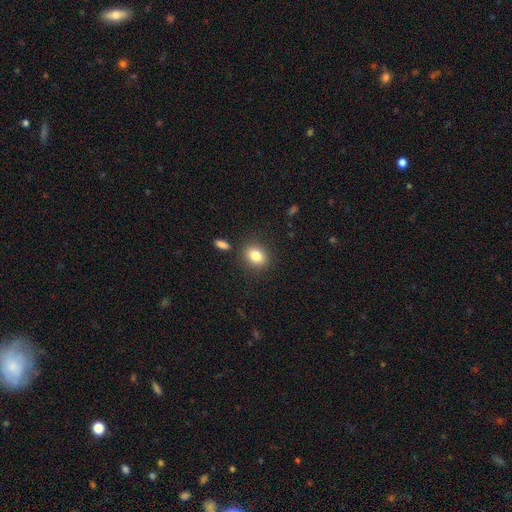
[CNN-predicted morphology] Q: Smooth or featured?
A: smooth (83%); runner-up: star or artifact (10%)
Q: How rounded?
A: in between (50%); runner-up: round (48%)
Q: Merging?
A: none (85%); runner-up: minor disturbance (9%)